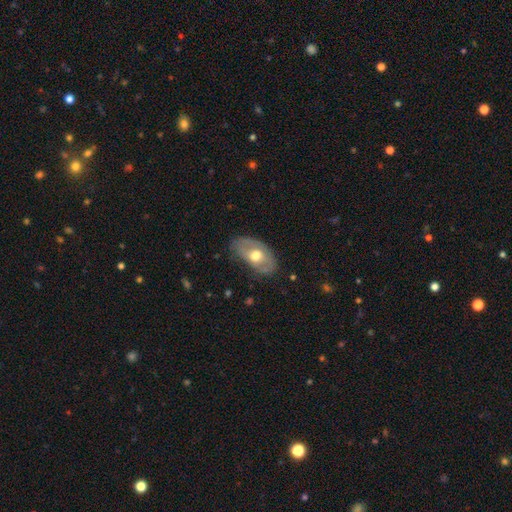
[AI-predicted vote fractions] Smooth or featured?
  - smooth: 51% *
  - featured or disk: 43%
  - star or artifact: 6%
How rounded?
  - in between: 91% *
  - round: 7%
  - cigar-shaped: 2%
Merging?
  - none: 65% *
  - minor disturbance: 26%
  - major disturbance: 8%
  - merger: 1%